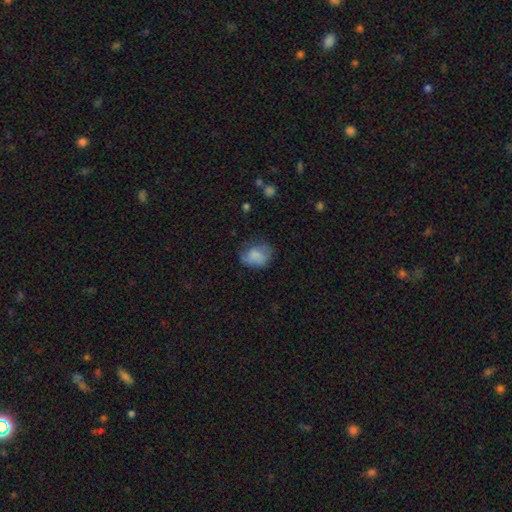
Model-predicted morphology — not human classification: Smooth or featured? Predicted: smooth (p=0.71). How rounded? Predicted: in between (p=0.58). Merging? Predicted: none (p=0.51).